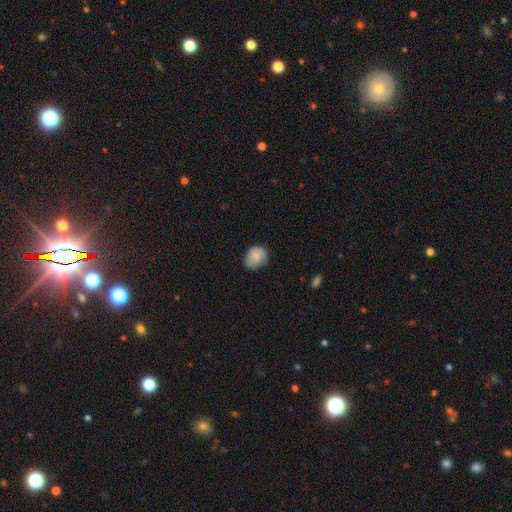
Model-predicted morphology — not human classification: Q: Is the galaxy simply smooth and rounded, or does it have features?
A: smooth — 70%.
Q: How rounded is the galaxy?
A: round — 56%.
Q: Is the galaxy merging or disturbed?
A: none — 62%.